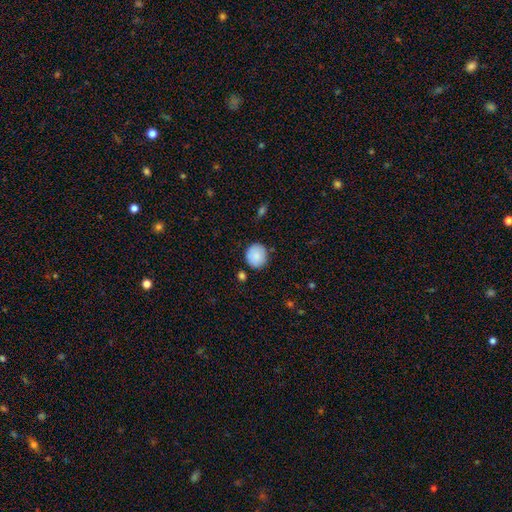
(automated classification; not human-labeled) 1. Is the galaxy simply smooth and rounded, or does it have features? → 87% smooth, 7% star or artifact, 6% featured or disk.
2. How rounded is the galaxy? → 84% round, 15% in between, 1% cigar-shaped.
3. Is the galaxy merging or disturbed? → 81% none, 13% minor disturbance, 3% merger, 3% major disturbance.